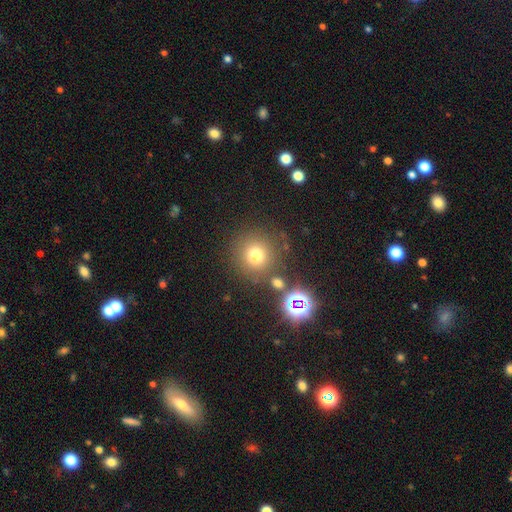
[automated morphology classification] Smooth or featured? smooth (68%)
How rounded? round (94%)
Merging? none (83%)